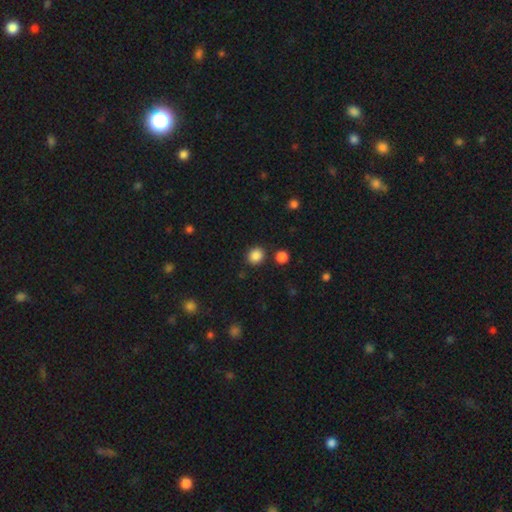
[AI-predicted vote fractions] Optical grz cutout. It shows a smooth galaxy with no disk features (86%) that is round (80%). Merging: none (85%).